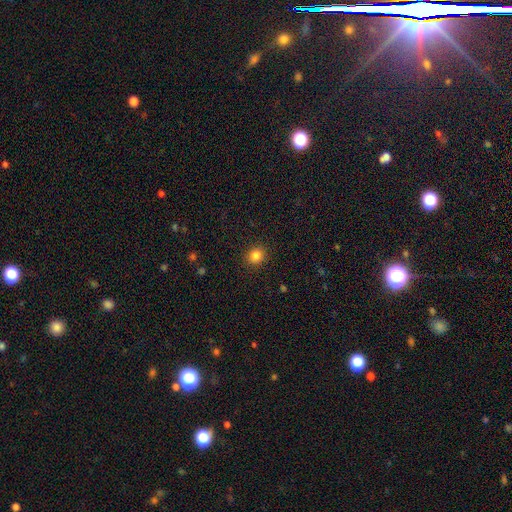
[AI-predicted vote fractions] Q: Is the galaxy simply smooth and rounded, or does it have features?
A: smooth — 84%.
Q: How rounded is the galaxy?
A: round — 81%.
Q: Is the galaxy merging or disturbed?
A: none — 90%.